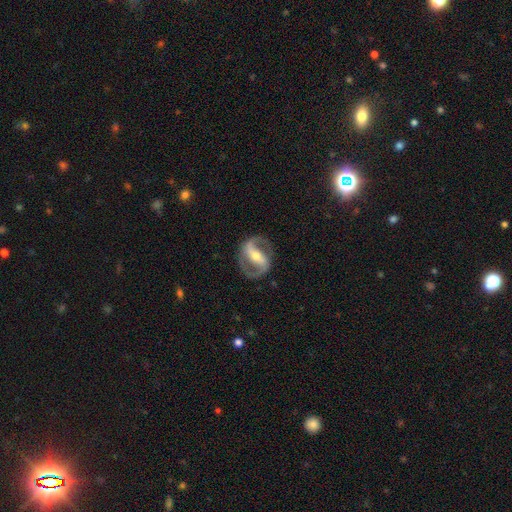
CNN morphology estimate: Smooth or featured?
  - featured or disk: 88% *
  - smooth: 7%
  - star or artifact: 4%
Edge-on disk?
  - no: 96% *
  - yes: 4%
Bar?
  - strong: 67% *
  - weak: 22%
  - no: 11%
Spiral arms?
  - yes: 92% *
  - no: 8%
Spiral winding?
  - medium: 54% *
  - tight: 26%
  - loose: 20%
Spiral arm count?
  - 2: 92% *
  - can't tell: 3%
  - 1: 2%
  - 3: 1%
  - 4: 1%
  - more than 4: 1%
Bulge size?
  - moderate: 54% *
  - small: 39%
  - large: 4%
  - none: 2%
  - dominant: 1%
Merging?
  - none: 83% *
  - minor disturbance: 10%
  - major disturbance: 6%
  - merger: 1%